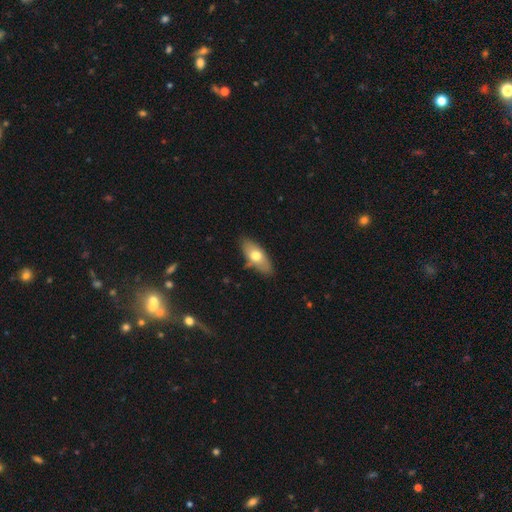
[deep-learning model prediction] A smooth galaxy with no disk features (66%) that is in between round and cigar-shaped (81%). Merging: none (77%).